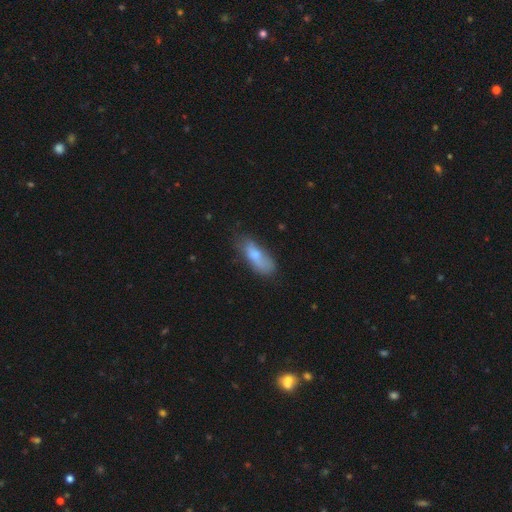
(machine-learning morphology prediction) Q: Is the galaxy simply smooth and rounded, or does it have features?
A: smooth — 72%.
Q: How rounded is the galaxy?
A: in between — 71%.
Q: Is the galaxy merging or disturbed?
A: none — 45%.